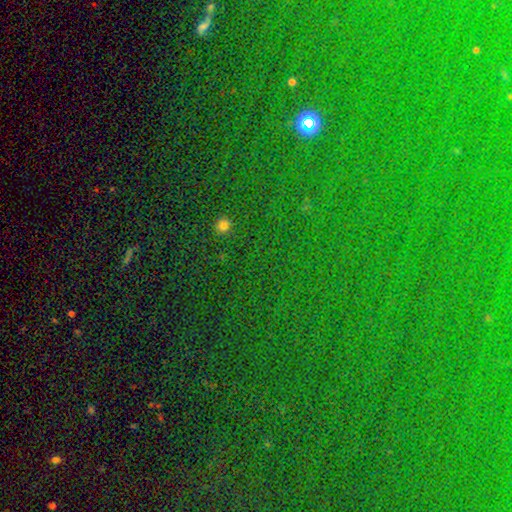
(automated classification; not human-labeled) Smooth or featured? Predicted: star or artifact (p=0.79).